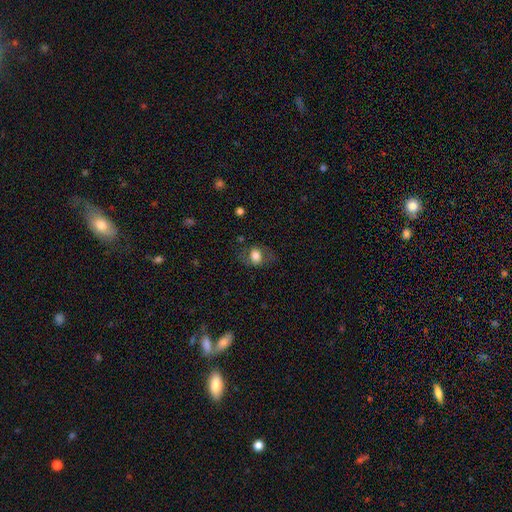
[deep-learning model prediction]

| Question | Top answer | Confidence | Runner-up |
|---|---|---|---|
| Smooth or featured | smooth | 72% | featured or disk (19%) |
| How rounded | in between | 58% | round (41%) |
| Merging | none | 70% | minor disturbance (18%) |